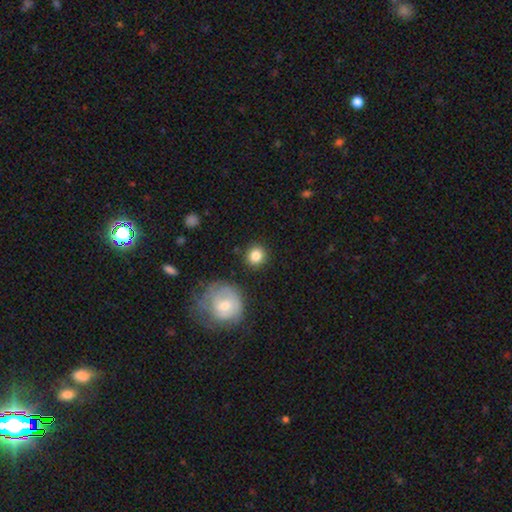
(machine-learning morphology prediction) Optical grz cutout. It shows a smooth galaxy with no disk features (85%) that is round (88%). Merging: none (88%).